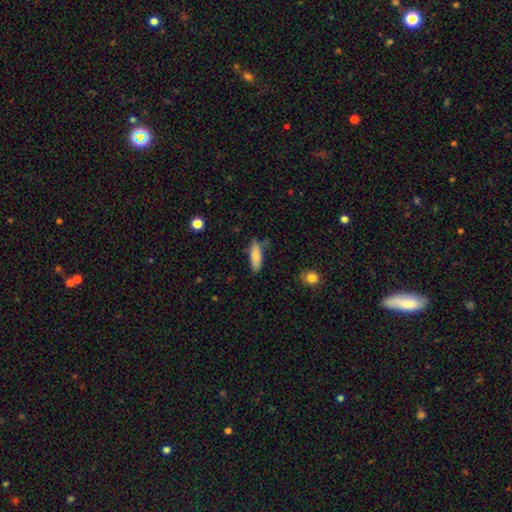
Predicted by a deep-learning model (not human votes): Q: Smooth or featured?
A: smooth (82%); runner-up: featured or disk (12%)
Q: How rounded?
A: in between (50%); runner-up: cigar-shaped (48%)
Q: Merging?
A: none (70%); runner-up: minor disturbance (21%)